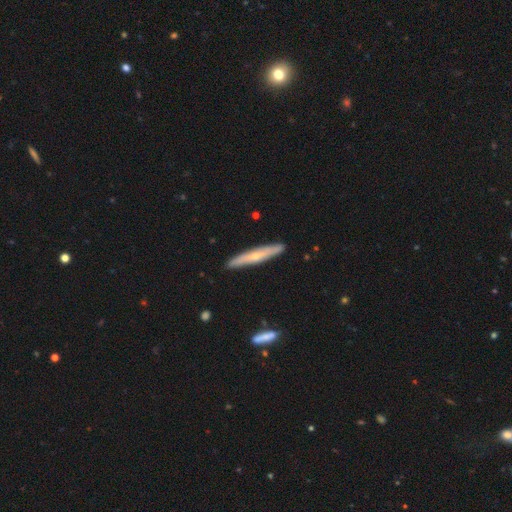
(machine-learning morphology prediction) A featured or disk galaxy (52%) viewed edge-on (85%).

Vote fractions:
- Smooth or featured? featured or disk: 52% / smooth: 42% / star or artifact: 6%
- Edge-on disk? yes: 85% / no: 15%
- Merging? none: 88% / minor disturbance: 9% / major disturbance: 1% / merger: 1%